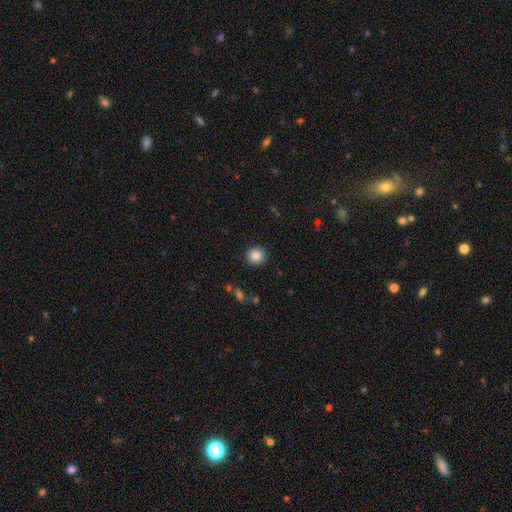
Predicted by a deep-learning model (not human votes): smooth 86%, star or artifact 10%, featured or disk 4%. Down the decision tree: how rounded — round (91%); merging — none (91%).